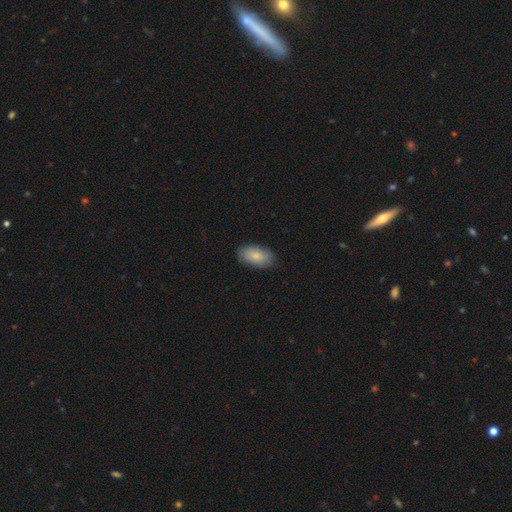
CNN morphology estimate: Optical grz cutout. It shows a smooth galaxy with no disk features (84%) that is in between round and cigar-shaped (94%). Merging: none (87%).